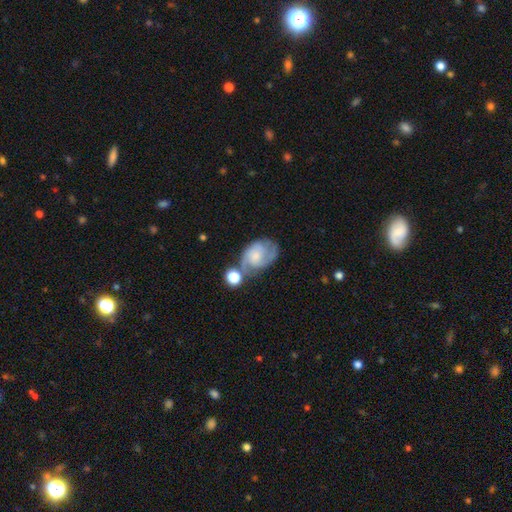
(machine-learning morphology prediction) type=featured or disk (69%); edge-on=no (97%); bar=no (68%); spiral arms=yes (91%); winding=medium (44%); arm count=2 (57%); bulge=small (47%); merging=none (43%).